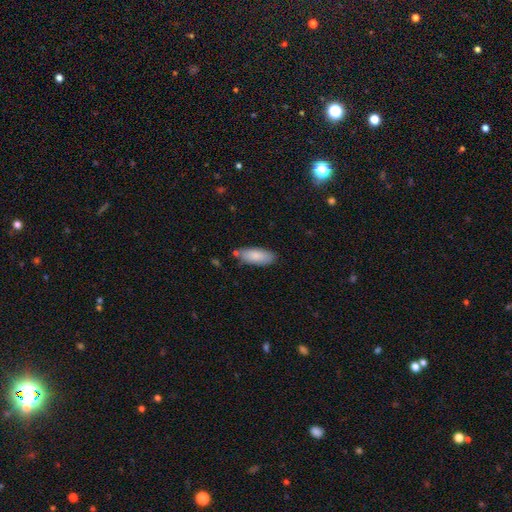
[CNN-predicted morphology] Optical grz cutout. It shows a smooth galaxy with no disk features (84%) that is in between round and cigar-shaped (79%). Merging: none (74%).